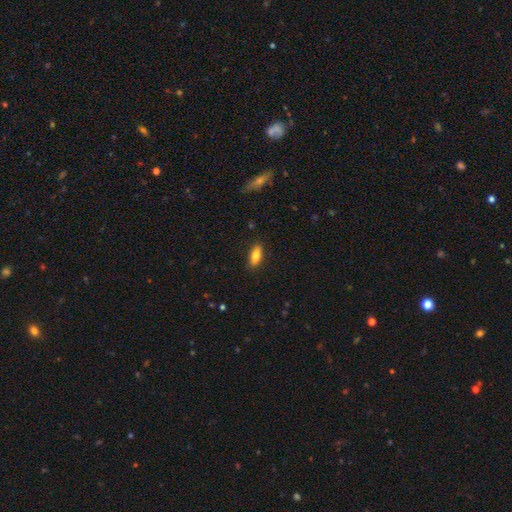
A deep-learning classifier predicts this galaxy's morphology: Smooth or featured: smooth — 78% (featured or disk — 14%)
How rounded: in between — 77% (cigar-shaped — 20%)
Merging: none — 86% (minor disturbance — 11%)